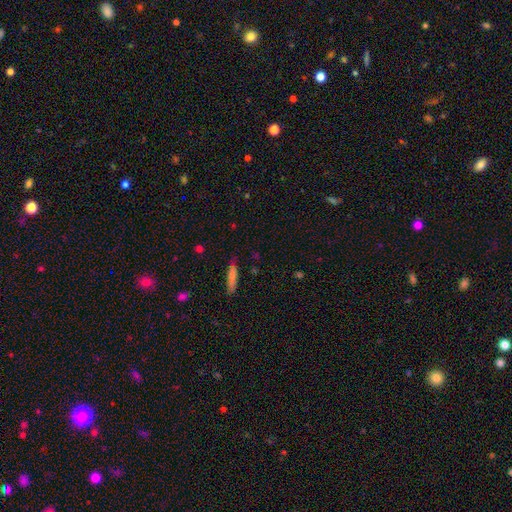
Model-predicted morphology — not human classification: Smooth or featured?
  - smooth: 70% *
  - featured or disk: 15%
  - star or artifact: 14%
How rounded?
  - cigar-shaped: 80% *
  - in between: 14%
  - round: 6%
Merging?
  - none: 81% *
  - minor disturbance: 14%
  - major disturbance: 3%
  - merger: 2%